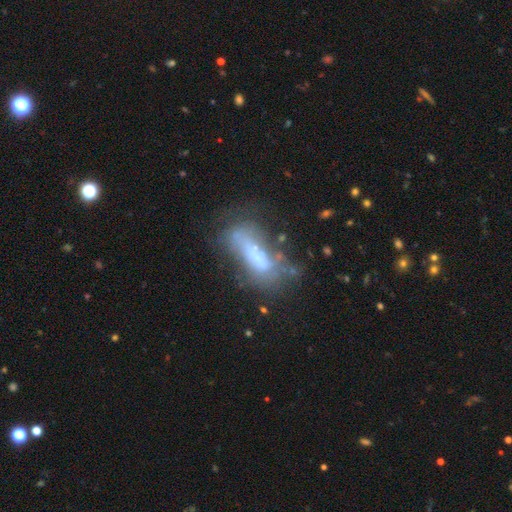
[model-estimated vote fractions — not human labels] A smooth galaxy with no disk features (48%).

Vote fractions:
- Smooth or featured? smooth: 48% / featured or disk: 40% / star or artifact: 12%
- Merging? none: 39% / major disturbance: 25% / minor disturbance: 24% / merger: 12%